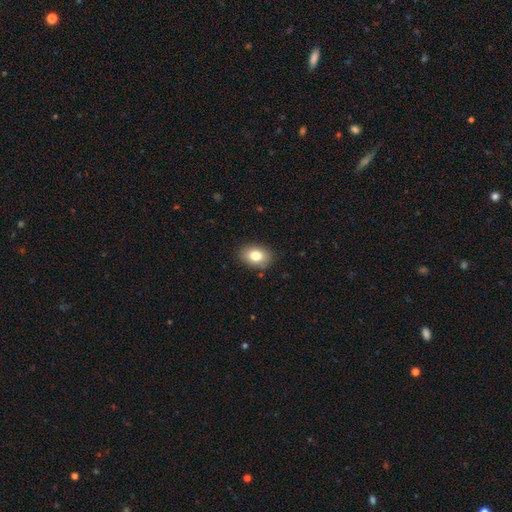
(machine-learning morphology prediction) Smooth or featured? smooth (80%)
How rounded? in between (78%)
Merging? none (87%)